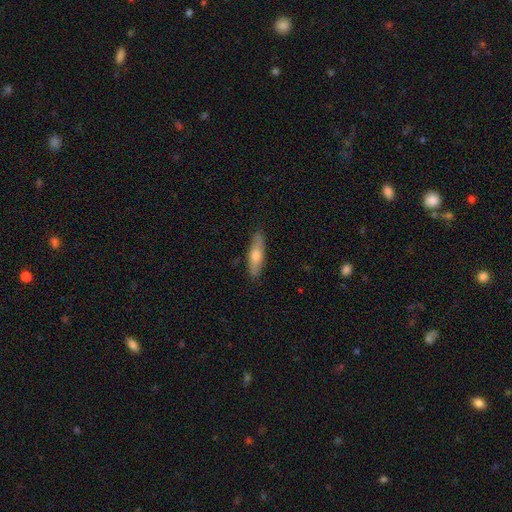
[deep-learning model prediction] A smooth galaxy with no disk features (63%) that is cigar-shaped (59%). Merging: none (85%).